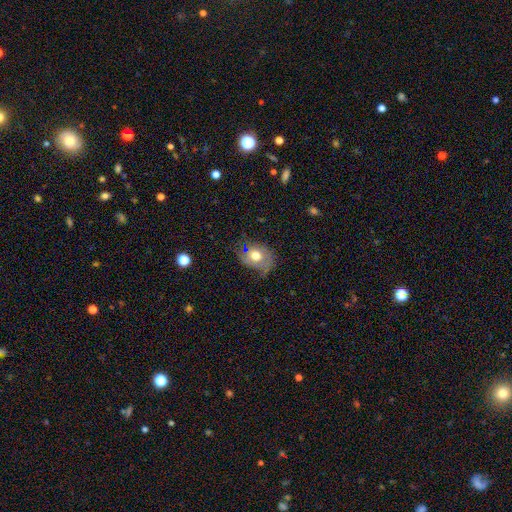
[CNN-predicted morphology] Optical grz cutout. It shows a smooth galaxy with no disk features (57%) that is in between round and cigar-shaped (56%). Merging: none (51%).